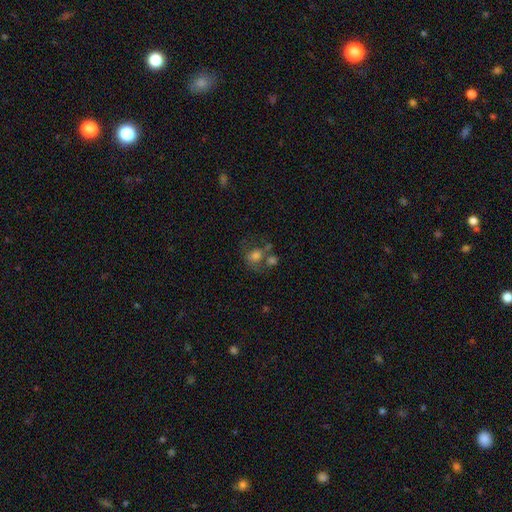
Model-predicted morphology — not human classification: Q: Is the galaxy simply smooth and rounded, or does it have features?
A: smooth — 61%.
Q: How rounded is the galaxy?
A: round — 55%.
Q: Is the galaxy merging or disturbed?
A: none — 35%.